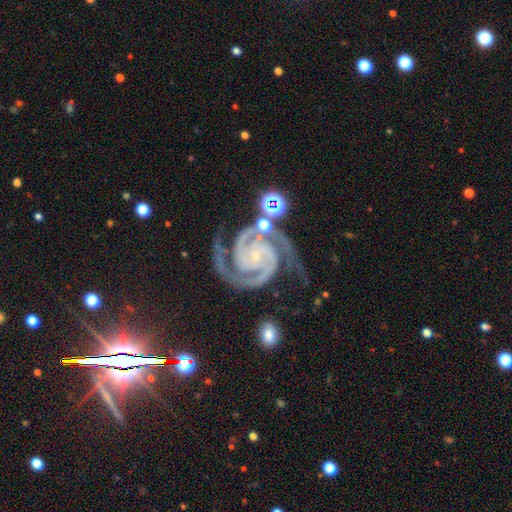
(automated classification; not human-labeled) This is clearly a featured or disk galaxy (94%). It is clearly not viewed edge-on (98%). Bar: likely no (69%). Spiral arm pattern: clearly yes (99%). Spiral arm count: clearly 2 (88%). Spiral winding: likely tight (64%). Central bulge: clearly small (87%). Merging: likely none (72%).